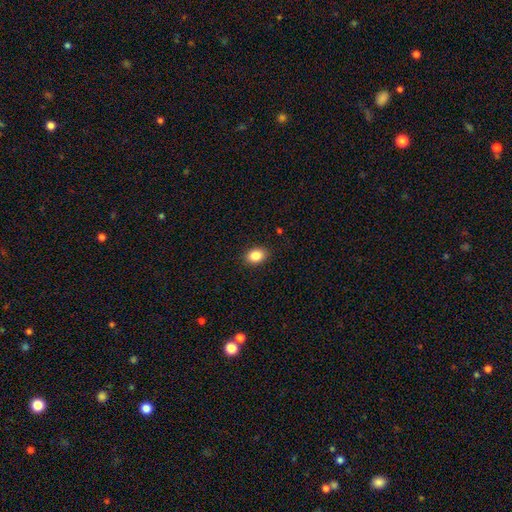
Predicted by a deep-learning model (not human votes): Q: Smooth or featured?
A: smooth (86%); runner-up: star or artifact (9%)
Q: How rounded?
A: in between (71%); runner-up: round (28%)
Q: Merging?
A: none (89%); runner-up: minor disturbance (8%)